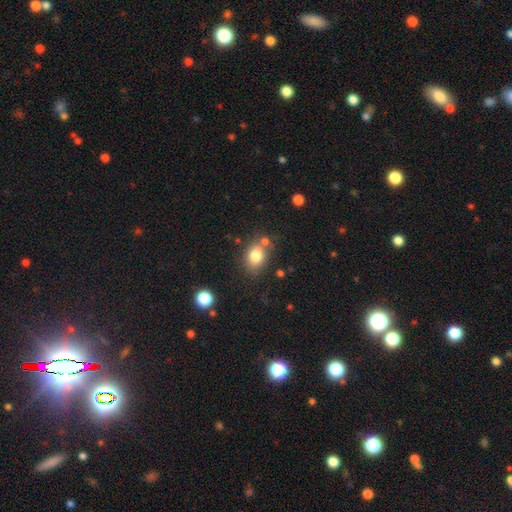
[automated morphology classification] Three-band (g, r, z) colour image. It shows a smooth galaxy with no disk features (79%) that is in between round and cigar-shaped (60%). Merging: none (63%).